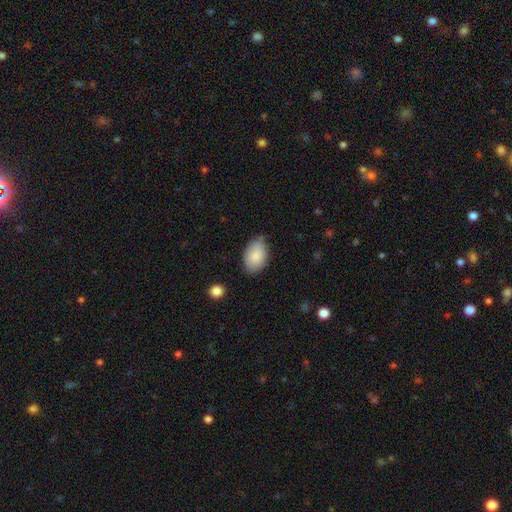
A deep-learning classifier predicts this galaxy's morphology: Overall: smooth (87%). How rounded: in between (91%). Merging: none (75%).